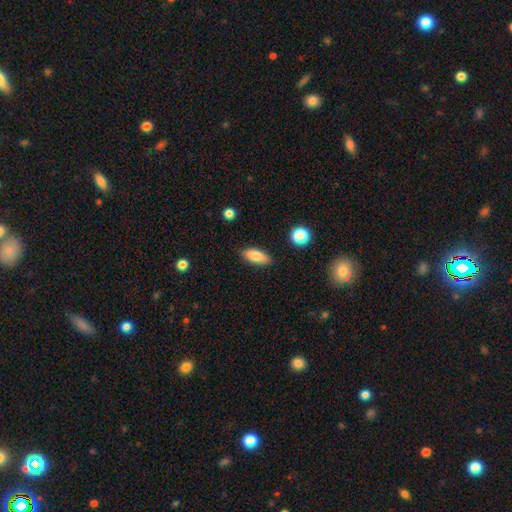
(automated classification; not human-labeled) Overall: smooth (82%). How rounded: in between (78%). Merging: none (85%).